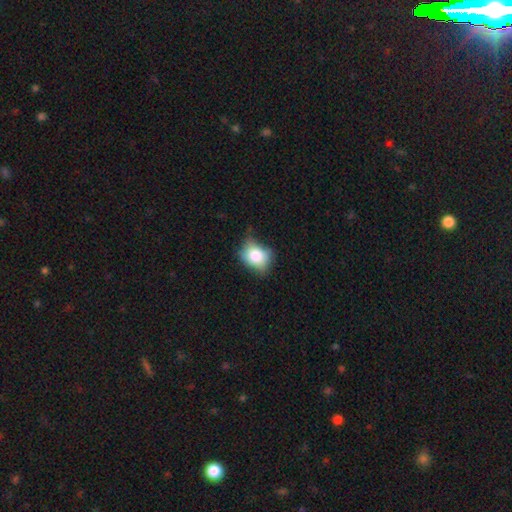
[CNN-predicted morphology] type=smooth (76%); roundness=in between (51%); merging=none (51%).